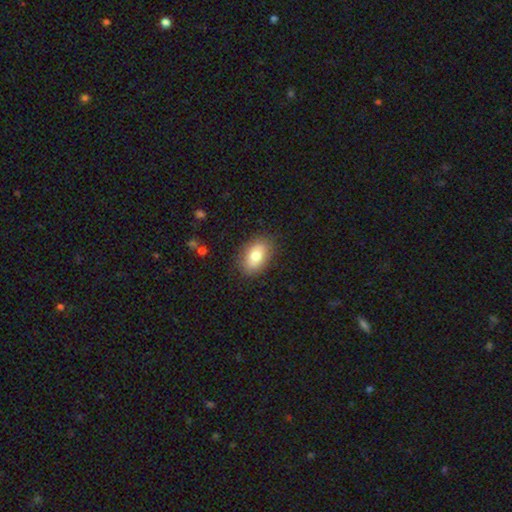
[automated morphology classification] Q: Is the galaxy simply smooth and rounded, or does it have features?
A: smooth — 78%.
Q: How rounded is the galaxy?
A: in between — 90%.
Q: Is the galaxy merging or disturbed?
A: none — 84%.